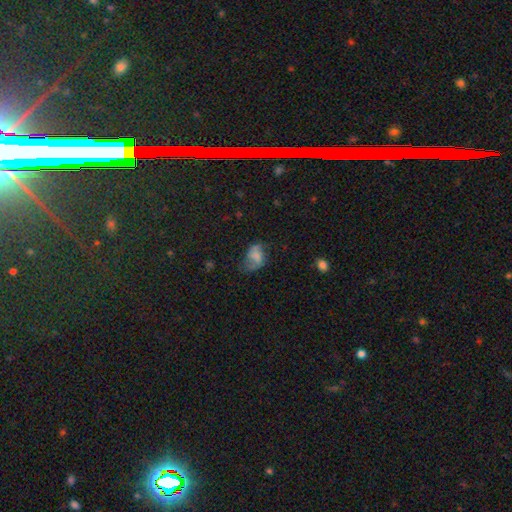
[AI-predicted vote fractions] This is possibly a smooth galaxy (48%). Merging: marginally none (43%).